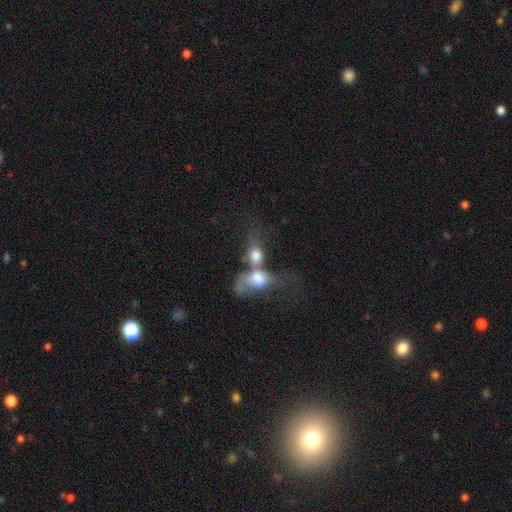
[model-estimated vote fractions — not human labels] Smooth or featured? Predicted: smooth (p=0.63). How rounded? Predicted: in between (p=0.72). Merging? Predicted: merger (p=0.73).